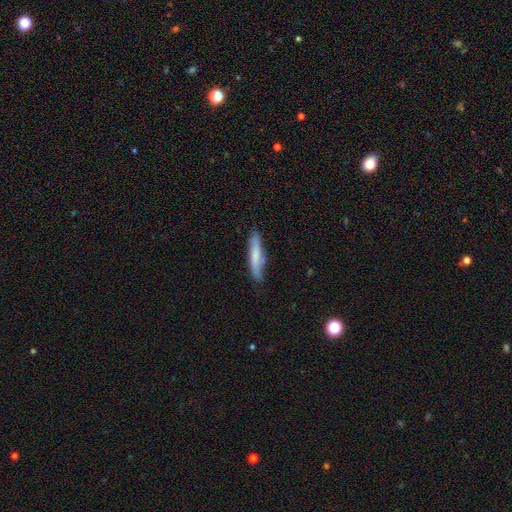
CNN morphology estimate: Smooth or featured? Predicted: smooth (p=0.67). How rounded? Predicted: cigar-shaped (p=0.85). Merging? Predicted: none (p=0.76).